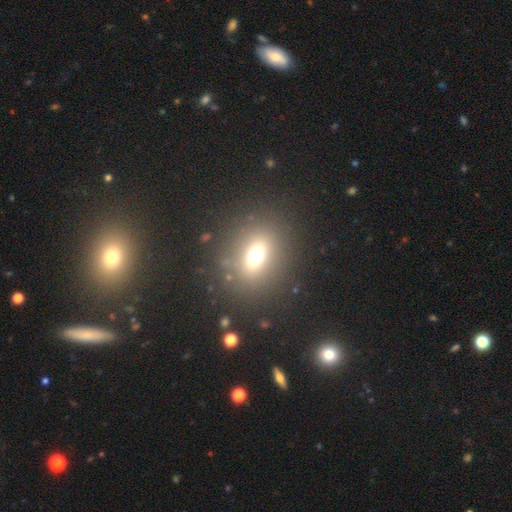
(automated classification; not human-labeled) A smooth galaxy with no disk features (64%) that is round (54%). Merging: none (81%).